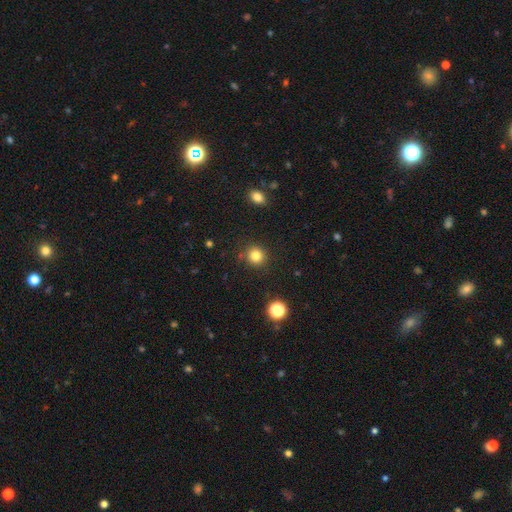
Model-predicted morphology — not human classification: A smooth galaxy with no disk features (82%) that is round (90%). Merging: none (87%).